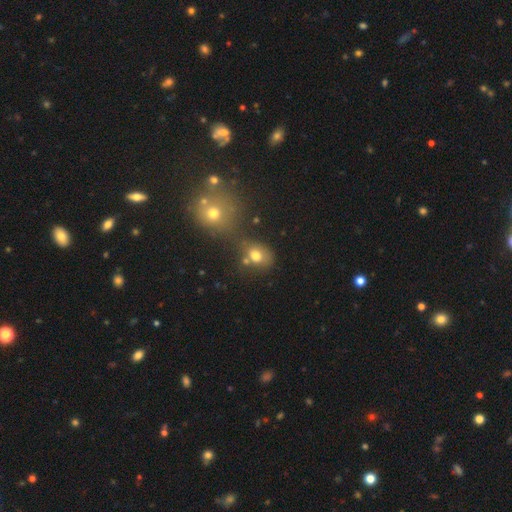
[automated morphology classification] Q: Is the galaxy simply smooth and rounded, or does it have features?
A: smooth — 73%.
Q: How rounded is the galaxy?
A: in between — 53%.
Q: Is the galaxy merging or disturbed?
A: none — 44%.